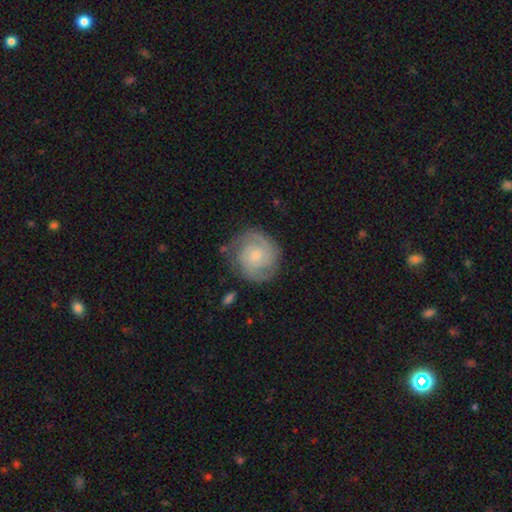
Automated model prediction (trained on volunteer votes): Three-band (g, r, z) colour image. It shows a featured or disk galaxy (75%) with no bar (72%), 2 (43%) tight (64%) spiral arms (94%) and a small central bulge (67%). Merging: none (76%).